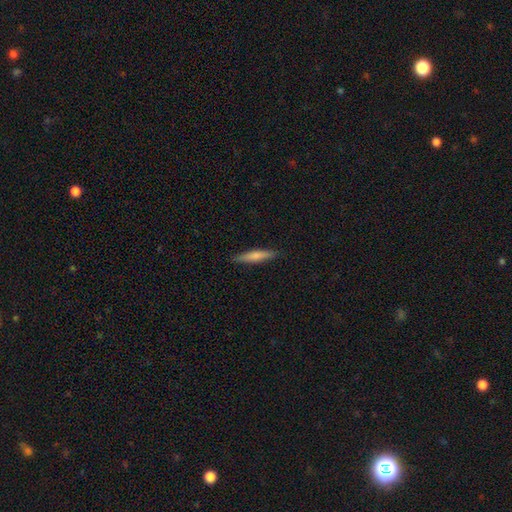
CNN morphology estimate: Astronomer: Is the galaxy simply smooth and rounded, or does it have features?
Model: smooth — 69%.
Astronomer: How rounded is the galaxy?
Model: cigar-shaped — 88%.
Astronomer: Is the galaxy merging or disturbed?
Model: none — 89%.